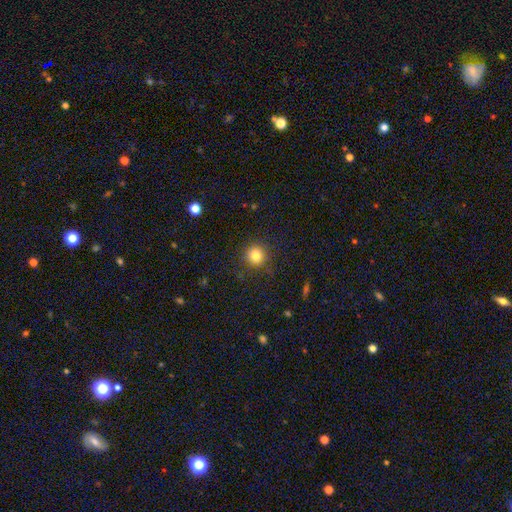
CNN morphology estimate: Smooth or featured? Predicted: smooth (p=0.82). How rounded? Predicted: round (p=0.92). Merging? Predicted: none (p=0.89).